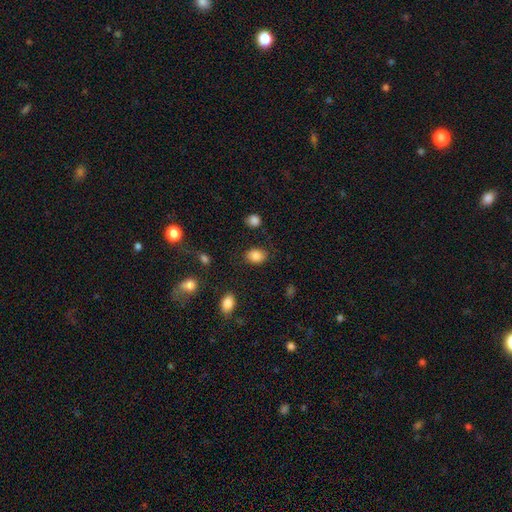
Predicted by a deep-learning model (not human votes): Q: Smooth or featured?
A: smooth (86%); runner-up: star or artifact (9%)
Q: How rounded?
A: in between (71%); runner-up: round (28%)
Q: Merging?
A: none (81%); runner-up: minor disturbance (12%)